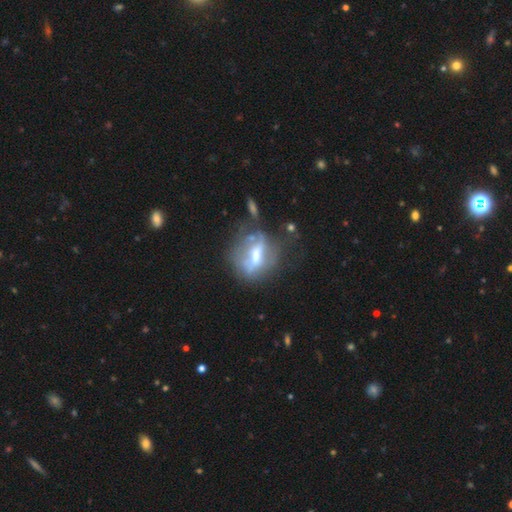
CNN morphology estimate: Q: Smooth or featured?
A: featured or disk (57%); runner-up: smooth (32%)
Q: Edge-on disk?
A: no (83%); runner-up: yes (17%)
Q: Merging?
A: none (40%); runner-up: major disturbance (25%)